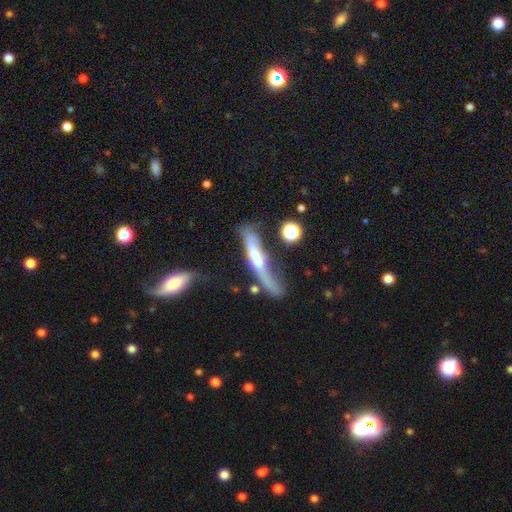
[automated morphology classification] A featured or disk galaxy (53%) viewed edge-on (70%).

Vote fractions:
- Smooth or featured? featured or disk: 53% / smooth: 39% / star or artifact: 8%
- Edge-on disk? yes: 70% / no: 30%
- Merging? none: 30% / major disturbance: 26% / minor disturbance: 22% / merger: 21%